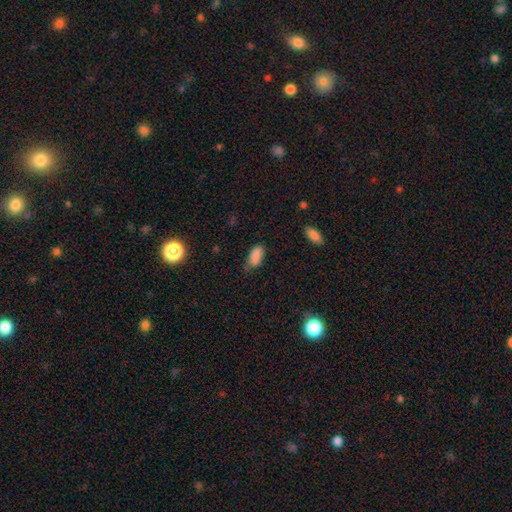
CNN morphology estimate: A smooth galaxy with no disk features (86%) that is in between round and cigar-shaped (89%).

Vote fractions:
- Smooth or featured? smooth: 86% / star or artifact: 9% / featured or disk: 4%
- How rounded? in between: 89% / cigar-shaped: 8% / round: 3%
- Merging? none: 64% / minor disturbance: 28% / major disturbance: 6% / merger: 3%